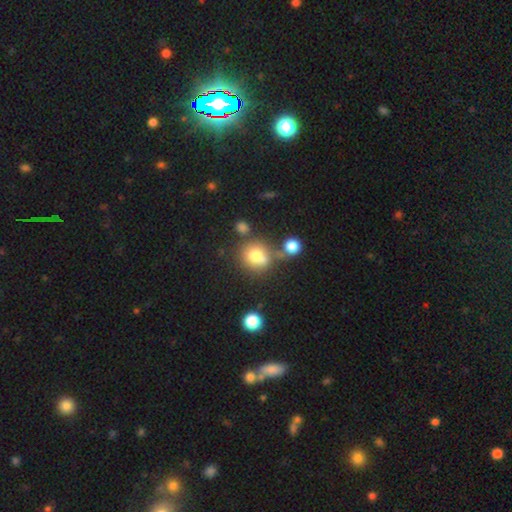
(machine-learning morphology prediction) smooth-or-featured: smooth: 75% | star or artifact: 13% | featured or disk: 12%
  how-rounded: round: 85% | in between: 14% | cigar-shaped: 1%
  merging: none: 52% | merger: 29% | minor disturbance: 13% | major disturbance: 6%